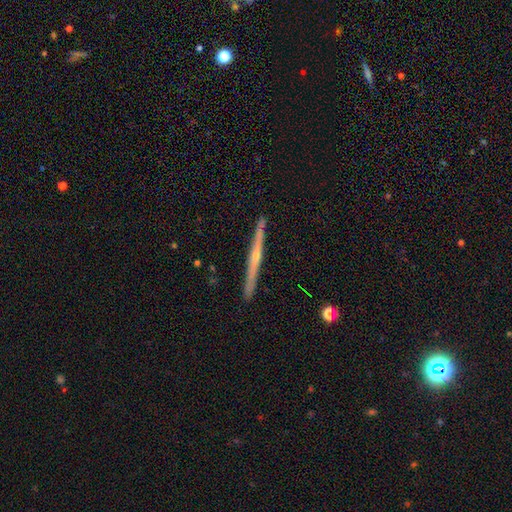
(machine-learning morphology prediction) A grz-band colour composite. It shows a featured or disk galaxy (77%) viewed edge-on (98%) with a rounded central bulge (72%). Merging: none (90%).